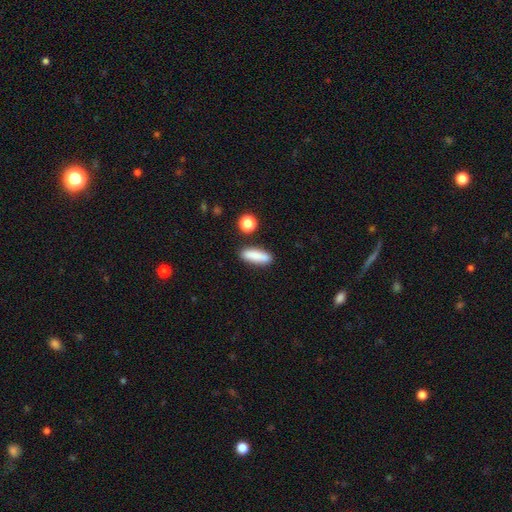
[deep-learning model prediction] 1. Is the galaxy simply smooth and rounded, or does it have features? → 86% smooth, 7% featured or disk, 7% star or artifact.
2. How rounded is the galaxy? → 51% cigar-shaped, 46% in between, 3% round.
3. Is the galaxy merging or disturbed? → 82% none, 10% minor disturbance, 5% merger, 3% major disturbance.